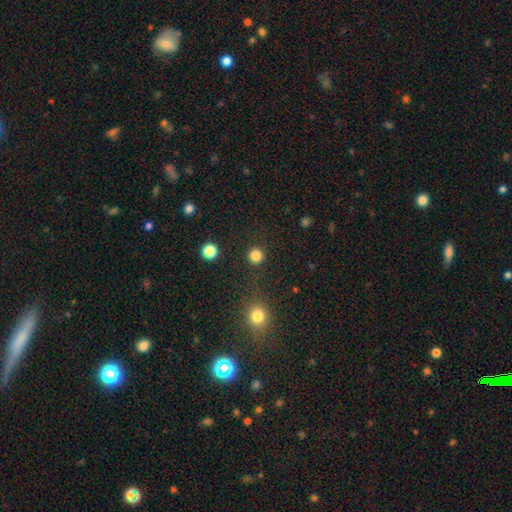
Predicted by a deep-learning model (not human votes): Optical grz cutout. It shows a smooth galaxy with no disk features (84%) that is round (95%). Merging: none (91%).